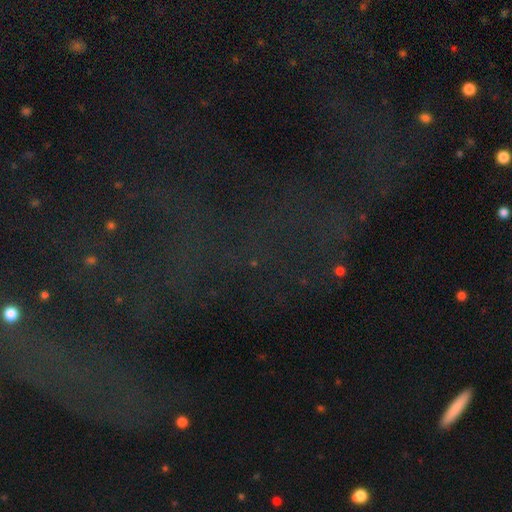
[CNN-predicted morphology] A star or artifact, not a galaxy (68%).

Vote fractions:
- Smooth or featured? star or artifact: 68% / featured or disk: 17% / smooth: 15%